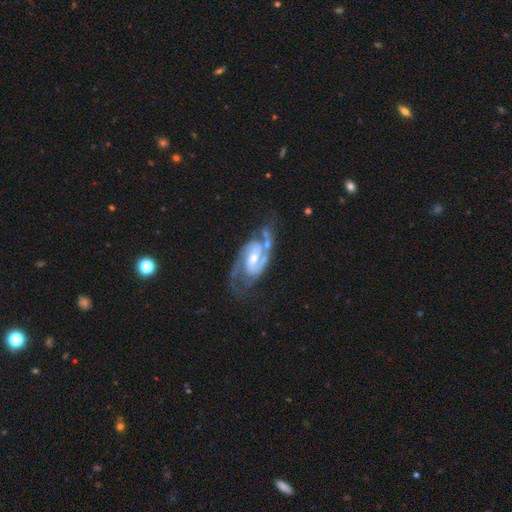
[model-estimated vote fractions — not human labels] A featured or disk galaxy (91%) with a weak bar (49%), 2 (89%) medium (54%) spiral arms (98%) and a moderate central bulge (47%).

Vote fractions:
- Smooth or featured? featured or disk: 91% / star or artifact: 5% / smooth: 4%
- Edge-on disk? no: 96% / yes: 4%
- Bar? weak: 49% / strong: 28% / no: 23%
- Spiral arms? yes: 98% / no: 2%
- Spiral winding? medium: 54% / tight: 33% / loose: 13%
- Spiral arm count? 2: 89% / 3: 4% / can't tell: 3% / 1: 1% / 4: 1% / more than 4: 1%
- Bulge size? moderate: 47% / small: 45% / large: 4% / none: 3% / dominant: 1%
- Merging? none: 69% / minor disturbance: 18% / major disturbance: 9% / merger: 4%